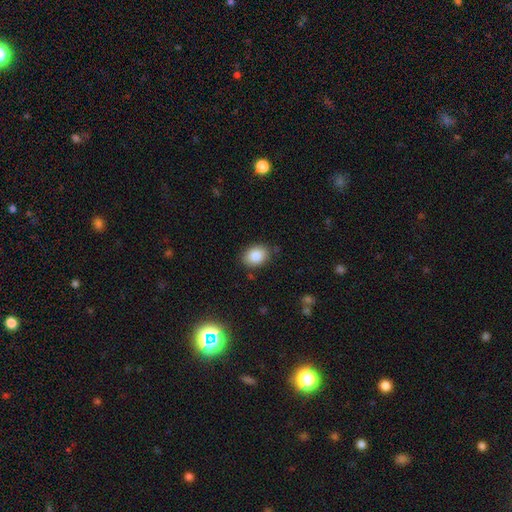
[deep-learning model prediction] Smooth or featured: smooth — 85% (star or artifact — 8%)
How rounded: in between — 69% (round — 30%)
Merging: none — 84% (minor disturbance — 12%)